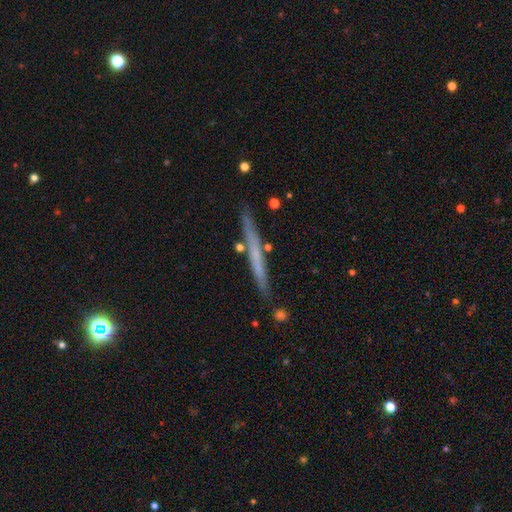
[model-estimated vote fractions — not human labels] smooth_or_featured: featured or disk (p=0.52) [alt: smooth p=0.41]
disk_edge_on: yes (p=0.95) [alt: no p=0.05]
merging: none (p=0.86) [alt: minor disturbance p=0.10]